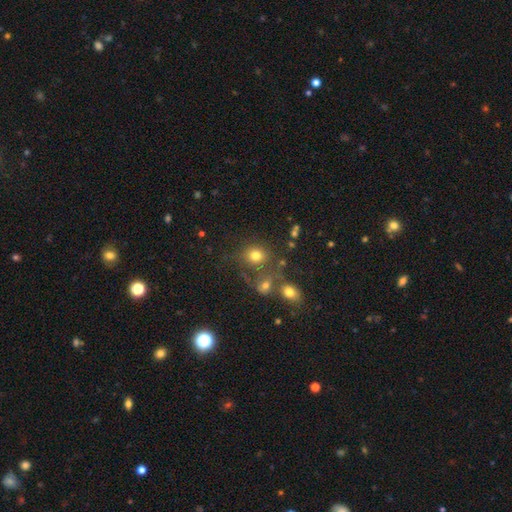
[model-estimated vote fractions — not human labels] A smooth galaxy with no disk features (75%) that is round (75%). Merging: none (59%).